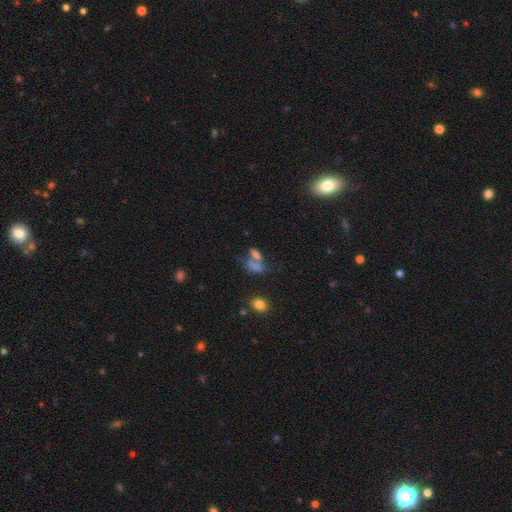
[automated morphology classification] Overall: smooth (65%). How rounded: in between (75%). Merging: merger (49%; none 30%).